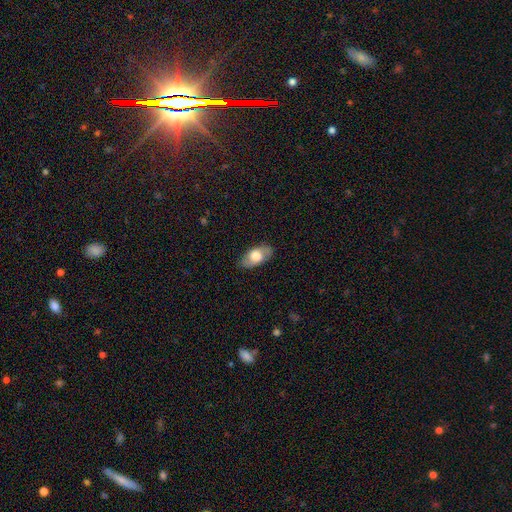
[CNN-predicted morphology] The model was most divided on "smooth or featured": smooth: 62%, featured or disk: 32%, star or artifact: 6%. More confident: how rounded — in between (91%); merging — none (82%).